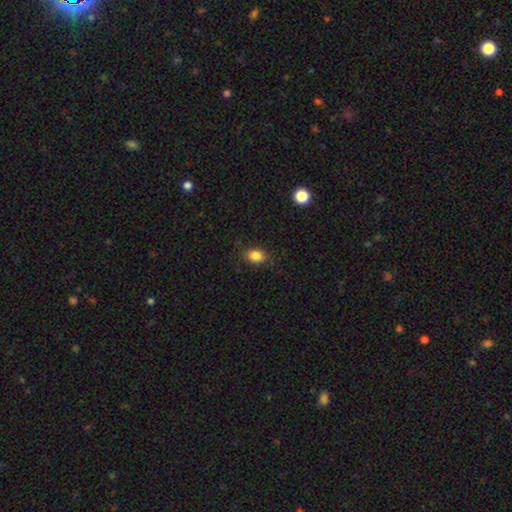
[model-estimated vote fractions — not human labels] Overall: smooth (85%). How rounded: in between (67%; round 32%). Merging: none (82%).